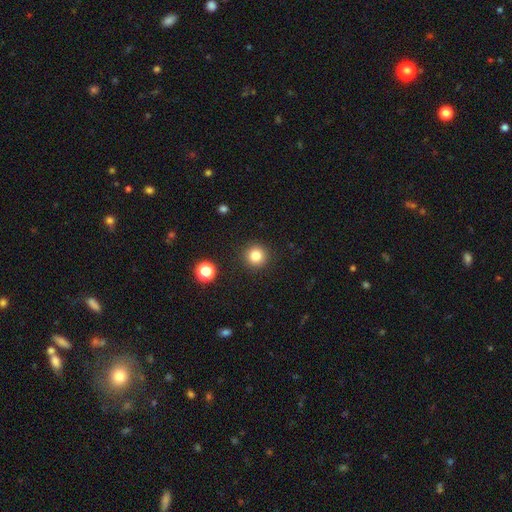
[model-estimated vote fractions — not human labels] Smooth or featured: smooth — 82% (star or artifact — 12%)
How rounded: round — 95% (in between — 4%)
Merging: none — 91% (minor disturbance — 5%)